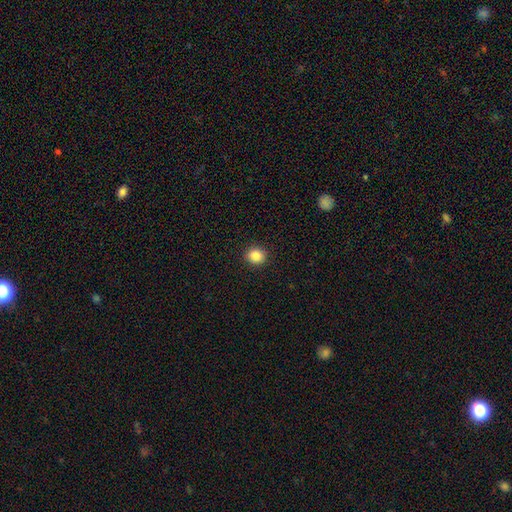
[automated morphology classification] A smooth galaxy with no disk features (86%) that is round (83%).

Vote fractions:
- Smooth or featured? smooth: 86% / star or artifact: 10% / featured or disk: 4%
- How rounded? round: 83% / in between: 16% / cigar-shaped: 1%
- Merging? none: 92% / minor disturbance: 5% / major disturbance: 2% / merger: 1%